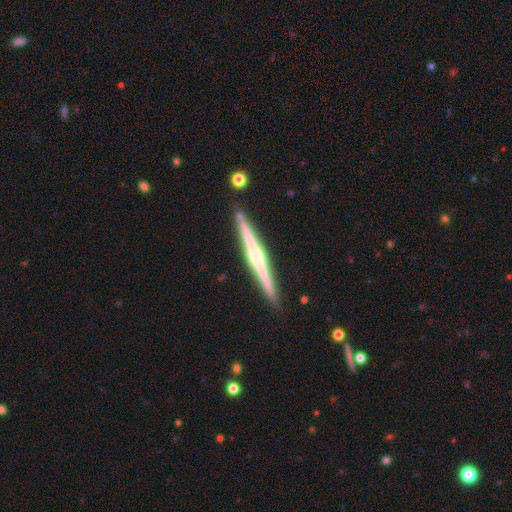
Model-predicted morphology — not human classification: Overall: featured or disk (77%). Edge-on disk: yes (98%). Edge-on bulge: rounded (73%). Merging: none (89%).